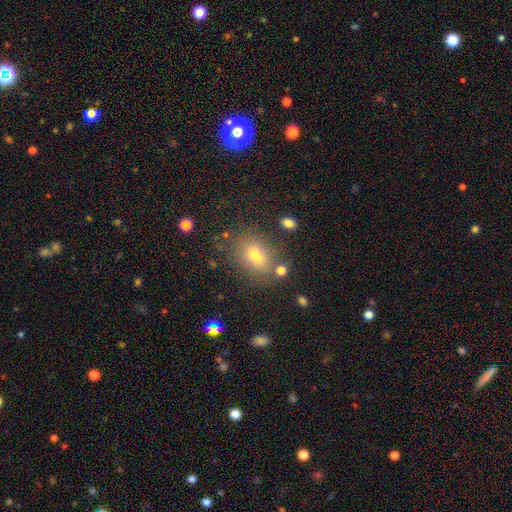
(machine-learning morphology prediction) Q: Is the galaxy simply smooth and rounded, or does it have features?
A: smooth — 73%.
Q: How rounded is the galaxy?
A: in between — 66%.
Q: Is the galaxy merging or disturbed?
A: none — 76%.